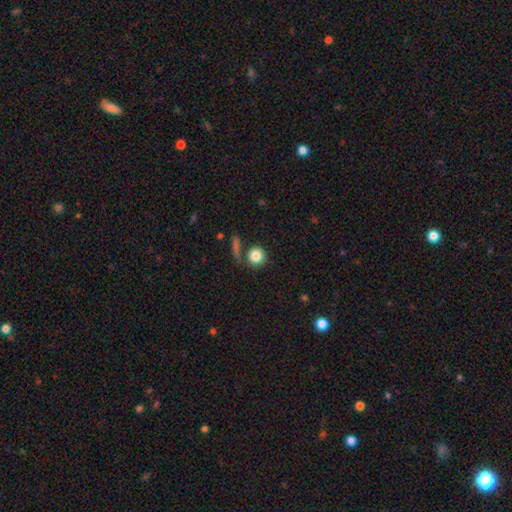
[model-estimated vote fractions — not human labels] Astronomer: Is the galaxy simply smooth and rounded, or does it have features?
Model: smooth — 83%.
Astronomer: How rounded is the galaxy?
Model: round — 91%.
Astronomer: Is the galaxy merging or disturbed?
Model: none — 69%.